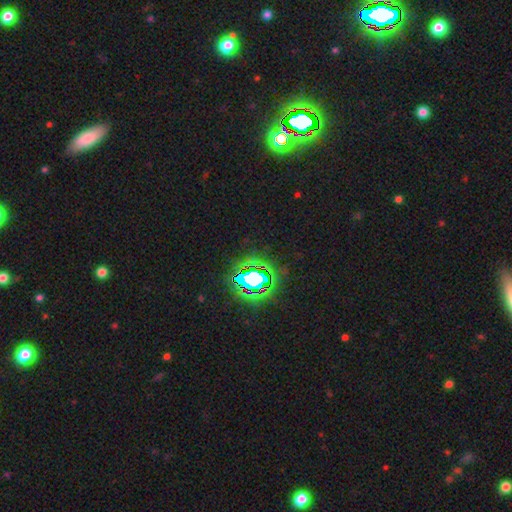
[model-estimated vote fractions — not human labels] Smooth or featured? star or artifact (82%)